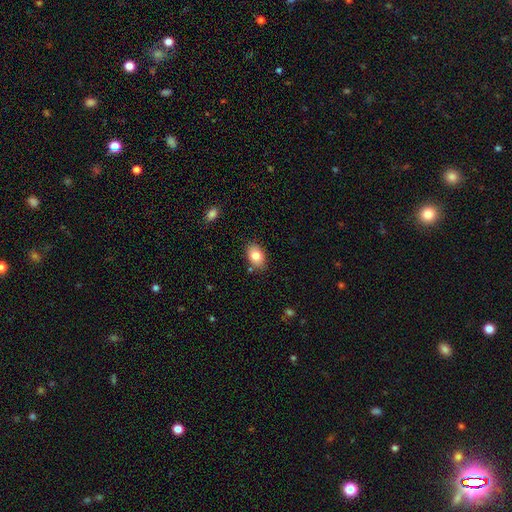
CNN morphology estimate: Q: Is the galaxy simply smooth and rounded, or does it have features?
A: smooth — 83%.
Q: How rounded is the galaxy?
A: in between — 87%.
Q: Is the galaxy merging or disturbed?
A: none — 83%.